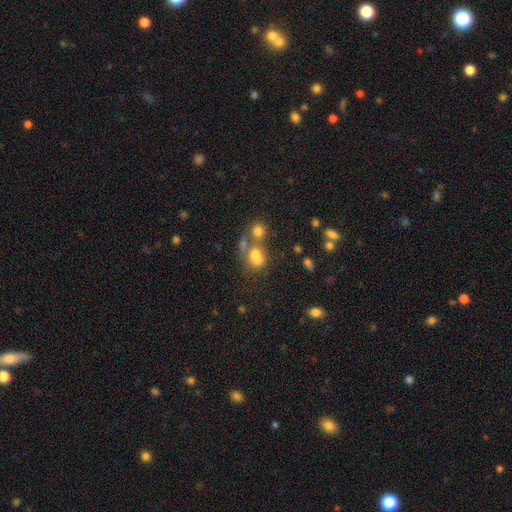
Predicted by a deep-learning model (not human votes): smooth_or_featured: smooth (p=0.70) [alt: star or artifact p=0.15]
how_rounded: in between (p=0.66) [alt: round p=0.32]
merging: merger (p=0.46) [alt: none p=0.30]